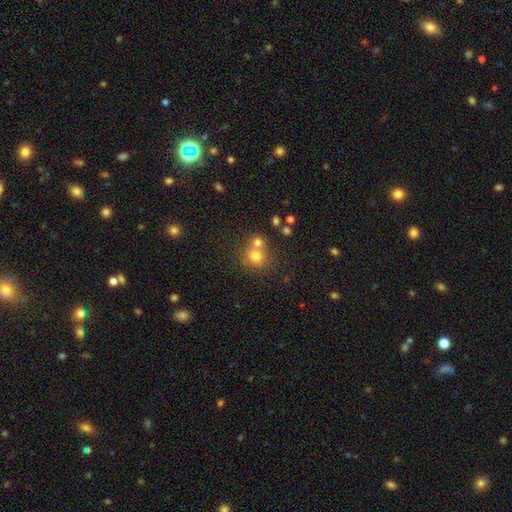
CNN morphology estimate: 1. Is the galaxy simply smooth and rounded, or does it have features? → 75% smooth, 15% star or artifact, 11% featured or disk.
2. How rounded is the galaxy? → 85% round, 14% in between, 1% cigar-shaped.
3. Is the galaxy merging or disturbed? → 52% none, 37% merger, 8% minor disturbance, 3% major disturbance.